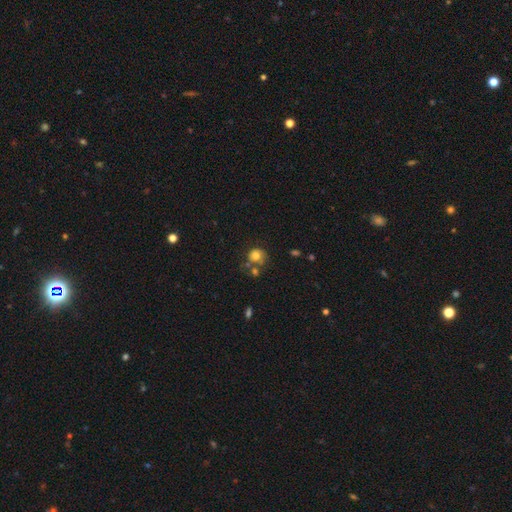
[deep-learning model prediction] smooth_or_featured: smooth (p=0.77) [alt: featured or disk p=0.13]
how_rounded: round (p=0.79) [alt: in between p=0.20]
merging: none (p=0.51) [alt: merger p=0.22]